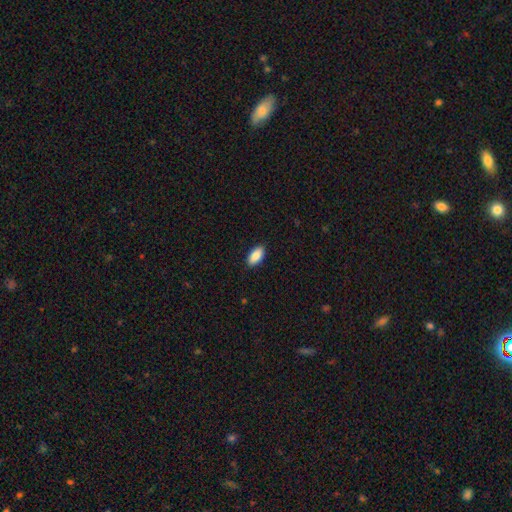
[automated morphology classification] smooth 89%, star or artifact 6%, featured or disk 4%. Down the decision tree: how rounded — in between (92%); merging — none (90%).